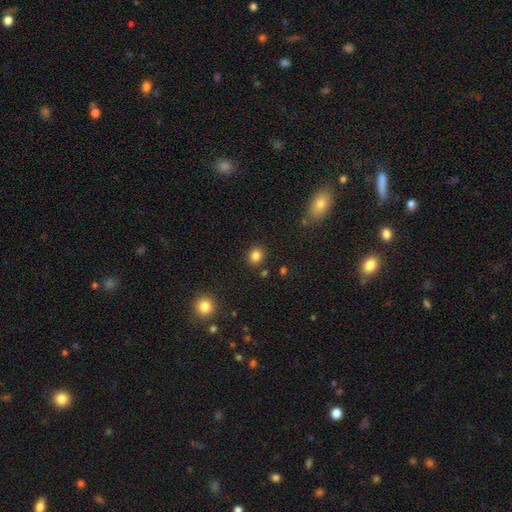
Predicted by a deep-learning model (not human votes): Smooth or featured? smooth (84%)
How rounded? round (79%)
Merging? none (87%)